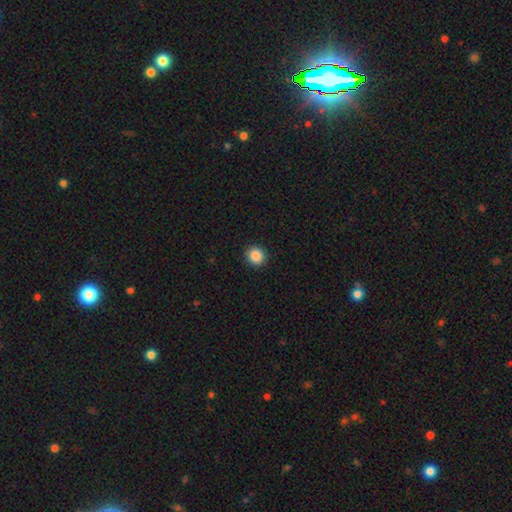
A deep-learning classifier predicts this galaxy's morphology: Smooth or featured? Predicted: smooth (p=0.87). How rounded? Predicted: round (p=0.89). Merging? Predicted: none (p=0.92).